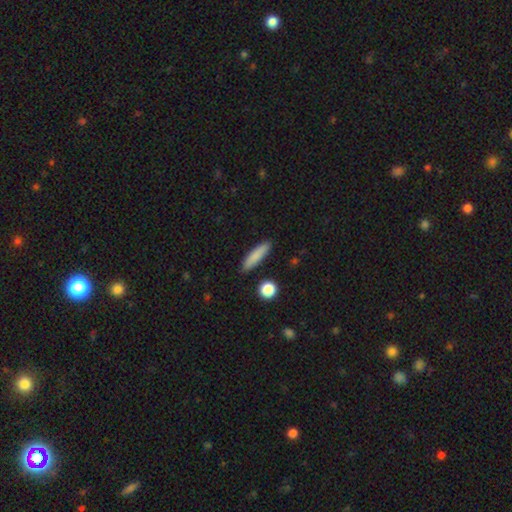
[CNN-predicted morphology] Smooth or featured? Predicted: smooth (p=0.84). How rounded? Predicted: cigar-shaped (p=0.76). Merging? Predicted: none (p=0.89).